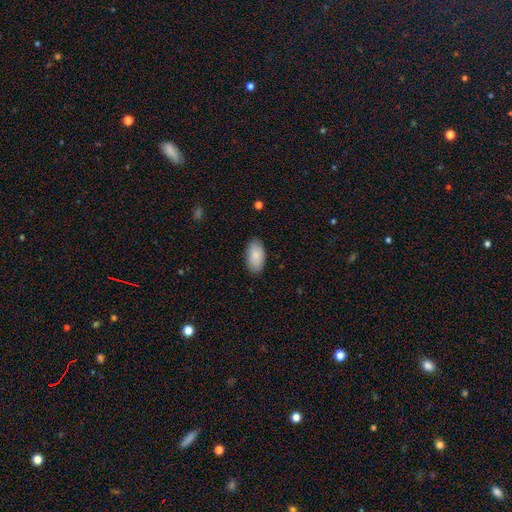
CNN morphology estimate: Smooth or featured? Predicted: smooth (p=0.86). How rounded? Predicted: in between (p=0.95). Merging? Predicted: none (p=0.85).